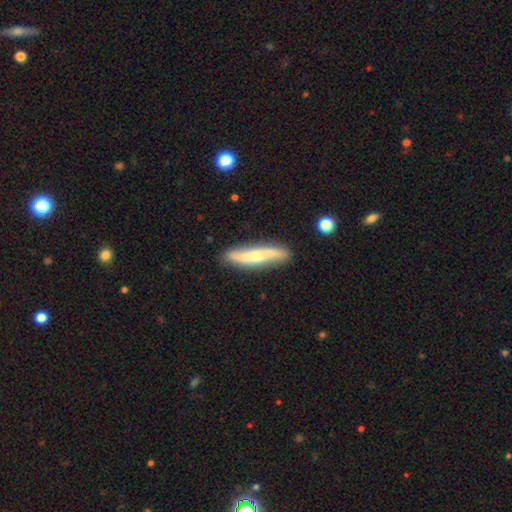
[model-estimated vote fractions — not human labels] Smooth or featured? Predicted: featured or disk (p=0.65). Edge-on disk? Predicted: yes (p=0.67). Merging? Predicted: none (p=0.84).